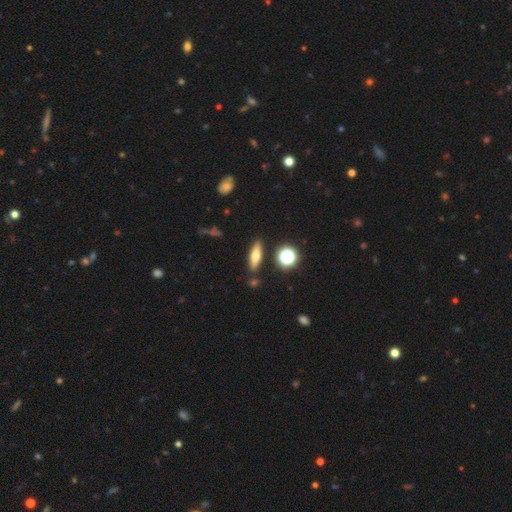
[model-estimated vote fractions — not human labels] smooth 60%, featured or disk 28%, star or artifact 12%. Down the decision tree: how rounded — cigar-shaped (49%); merging — none (85%).